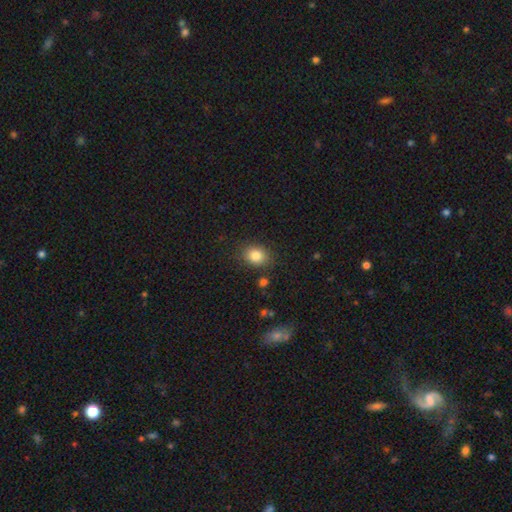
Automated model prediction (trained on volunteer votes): Smooth or featured: smooth — 84% (star or artifact — 10%)
How rounded: in between — 54% (round — 45%)
Merging: none — 83% (minor disturbance — 11%)